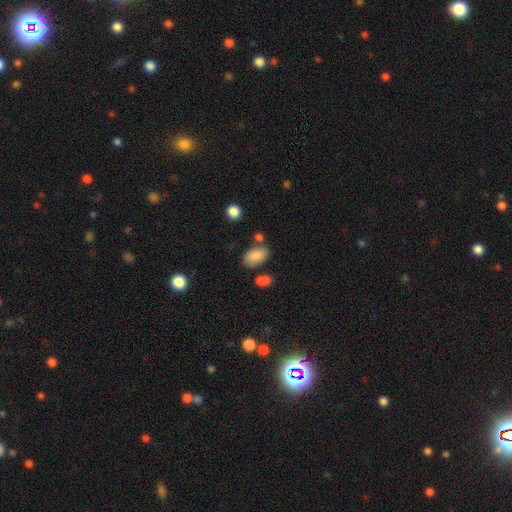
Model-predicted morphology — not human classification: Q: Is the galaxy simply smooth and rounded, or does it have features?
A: smooth — 85%.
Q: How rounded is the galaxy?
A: in between — 92%.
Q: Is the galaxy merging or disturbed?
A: none — 66%.